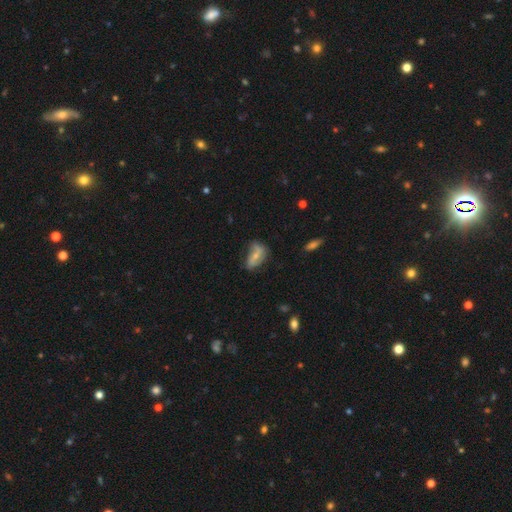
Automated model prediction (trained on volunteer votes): Smooth or featured? Predicted: featured or disk (p=0.48). Merging? Predicted: none (p=0.48).